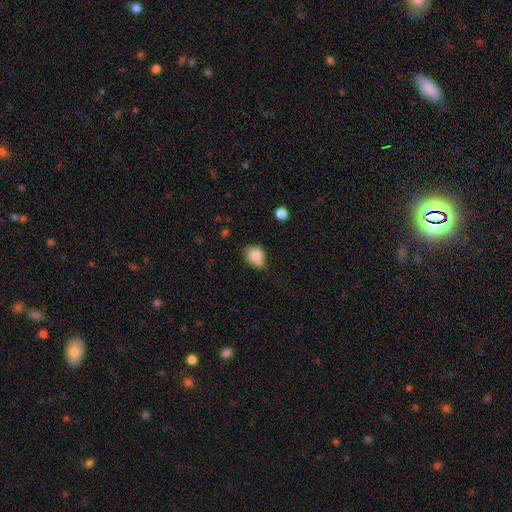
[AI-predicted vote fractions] This is clearly a smooth galaxy (81%). How rounded: likely round (65%). Merging: marginally none (42%).